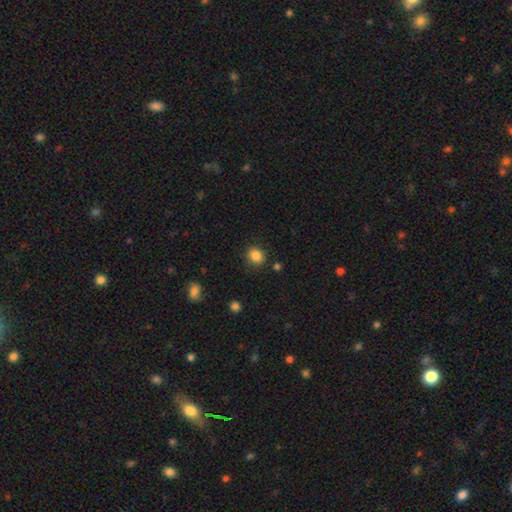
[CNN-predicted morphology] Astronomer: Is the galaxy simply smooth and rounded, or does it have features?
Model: smooth — 86%.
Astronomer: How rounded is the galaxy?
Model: round — 72%.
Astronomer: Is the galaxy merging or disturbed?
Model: none — 86%.